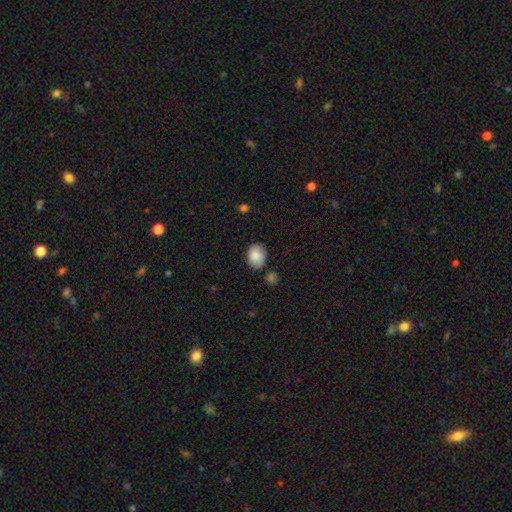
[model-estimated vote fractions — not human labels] Overall: smooth (87%). How rounded: in between (69%; round 30%). Merging: none (79%).